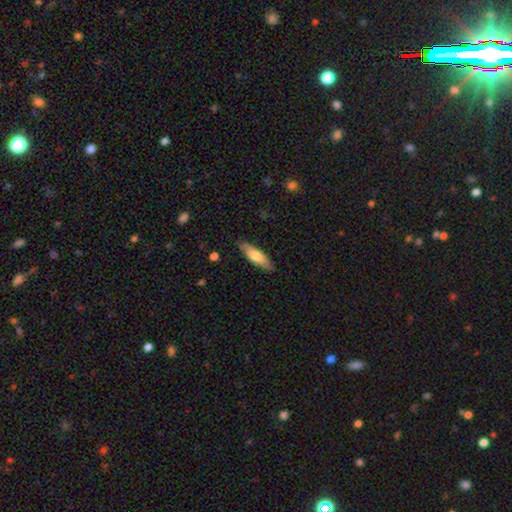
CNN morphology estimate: Smooth or featured? Predicted: smooth (p=0.69). How rounded? Predicted: cigar-shaped (p=0.54). Merging? Predicted: none (p=0.85).